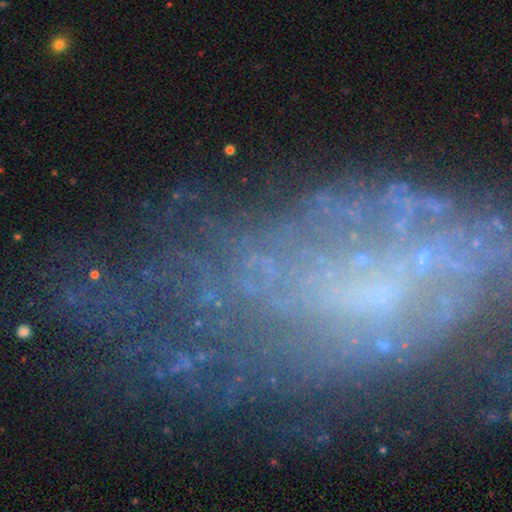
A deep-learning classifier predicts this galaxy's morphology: A featured or disk galaxy (58%) with no bar (75%), no spiral arms (57%) and no central bulge (57%).

Vote fractions:
- Smooth or featured? featured or disk: 58% / star or artifact: 23% / smooth: 19%
- Edge-on disk? no: 93% / yes: 7%
- Bar? no: 75% / weak: 17% / strong: 8%
- Spiral arms? no: 57% / yes: 43%
- Bulge size? none: 57% / small: 29% / moderate: 10% / large: 3% / dominant: 2%
- Merging? none: 47% / major disturbance: 28% / minor disturbance: 20% / merger: 5%